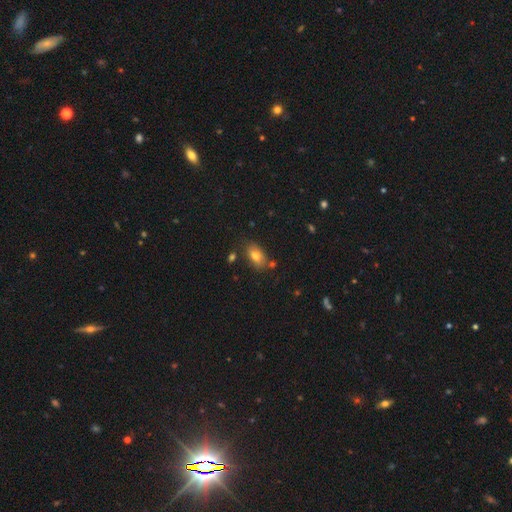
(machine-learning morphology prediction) Smooth or featured?
  - smooth: 78% *
  - featured or disk: 13%
  - star or artifact: 10%
How rounded?
  - in between: 88% *
  - round: 9%
  - cigar-shaped: 3%
Merging?
  - none: 74% *
  - minor disturbance: 15%
  - merger: 8%
  - major disturbance: 4%